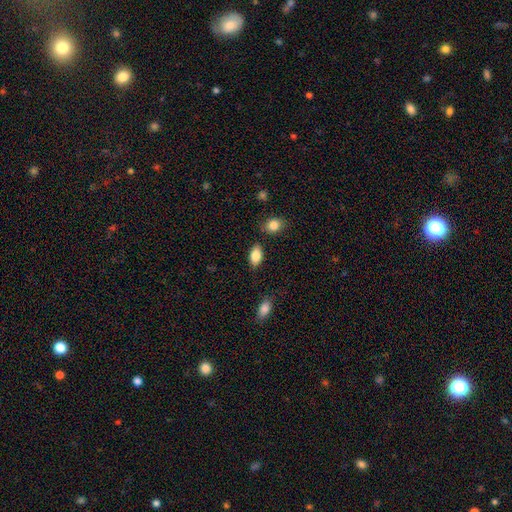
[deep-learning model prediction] Morphology: type=smooth (85%); roundness=in between (92%); merging=none (82%).